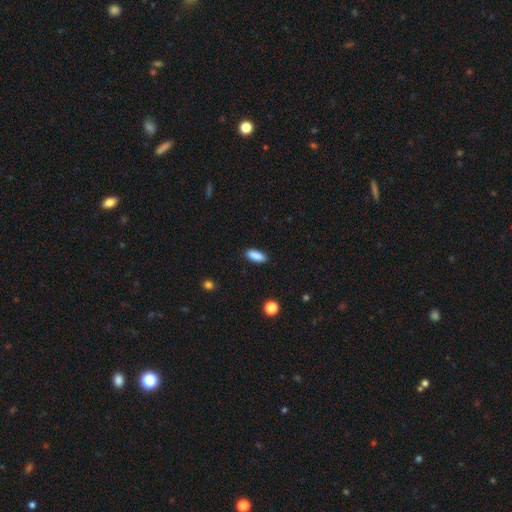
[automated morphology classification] type=smooth (88%); roundness=in between (73%); merging=none (87%).